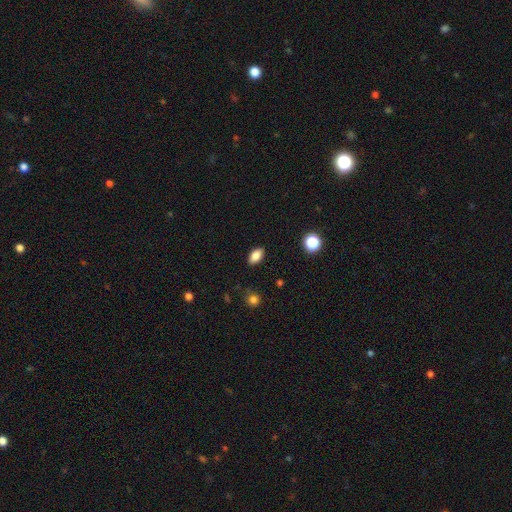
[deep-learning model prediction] Overall: smooth (85%). How rounded: in between (89%). Merging: none (87%).